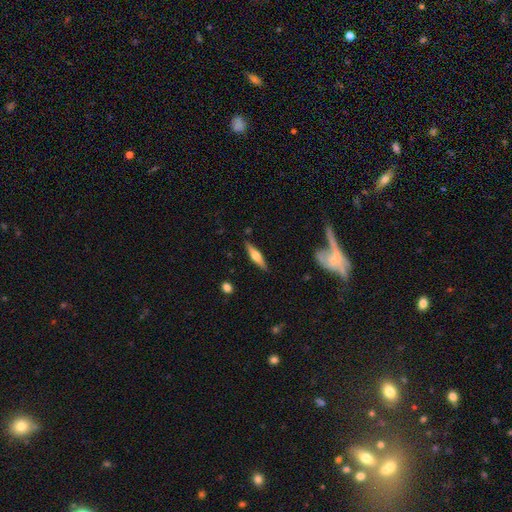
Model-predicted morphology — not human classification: Smooth or featured?
  - featured or disk: 56% *
  - smooth: 38%
  - star or artifact: 6%
Edge-on disk?
  - yes: 94% *
  - no: 6%
Edge-on bulge?
  - rounded: 92% *
  - boxy: 5%
  - none: 3%
Merging?
  - none: 88% *
  - minor disturbance: 8%
  - major disturbance: 2%
  - merger: 2%